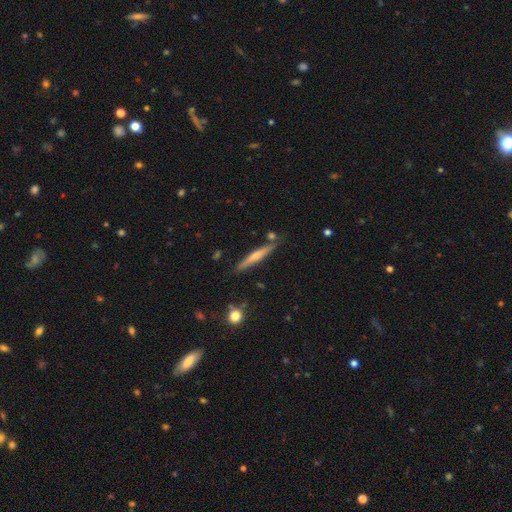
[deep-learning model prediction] The model was most divided on "smooth or featured": featured or disk: 59%, smooth: 34%, star or artifact: 6%. More confident: edge-on disk — yes (96%); merging — none (84%); edge-on bulge — rounded (73%).